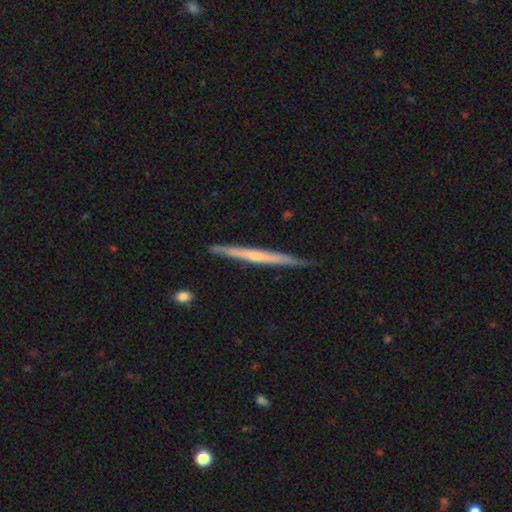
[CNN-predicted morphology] A featured or disk galaxy (63%) viewed edge-on (97%) with no central bulge (58%).

Vote fractions:
- Smooth or featured? featured or disk: 63% / smooth: 31% / star or artifact: 5%
- Edge-on disk? yes: 97% / no: 3%
- Edge-on bulge? none: 58% / rounded: 37% / boxy: 5%
- Merging? none: 86% / minor disturbance: 11% / major disturbance: 1% / merger: 1%